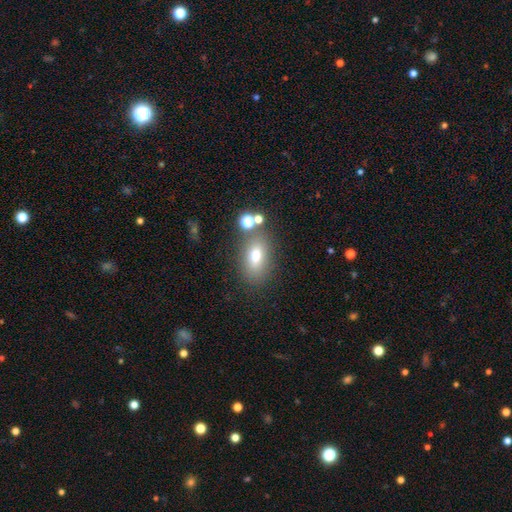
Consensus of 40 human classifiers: smooth_or_featured: smooth (p=0.75) [alt: featured or disk p=0.15]
how_rounded: in between (p=0.77) [alt: round p=0.23]
merging: none (p=0.72) [alt: minor disturbance p=0.17]